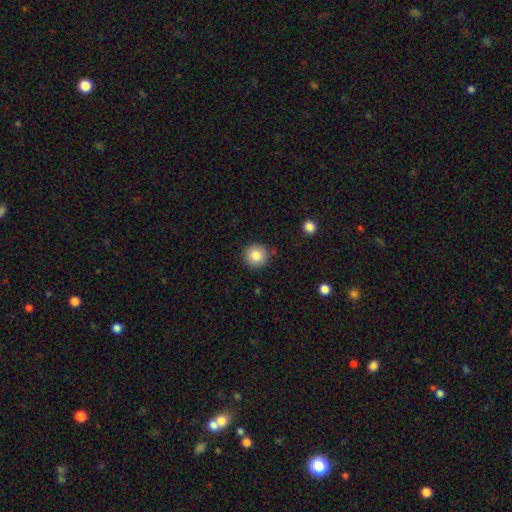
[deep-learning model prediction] Smooth or featured: smooth — 83% (star or artifact — 9%)
How rounded: round — 94% (in between — 5%)
Merging: none — 87% (minor disturbance — 9%)